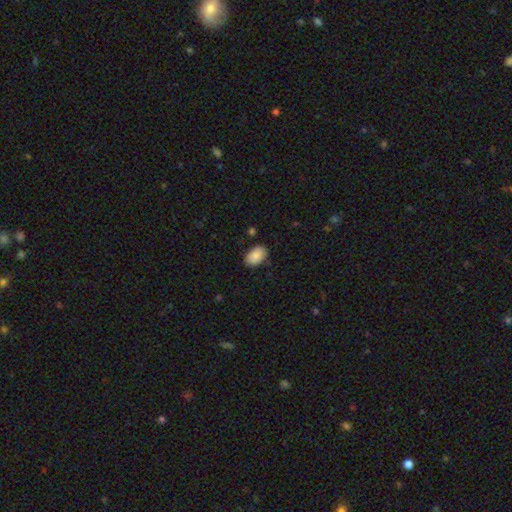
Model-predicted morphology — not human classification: Smooth or featured? Predicted: smooth (p=0.86). How rounded? Predicted: in between (p=0.91). Merging? Predicted: none (p=0.81).